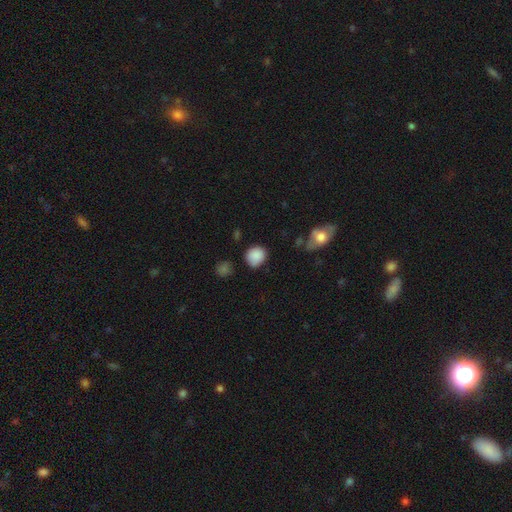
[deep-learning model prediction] smooth_or_featured: smooth (p=0.87) [alt: star or artifact p=0.09]
how_rounded: round (p=0.79) [alt: in between p=0.20]
merging: none (p=0.72) [alt: minor disturbance p=0.20]